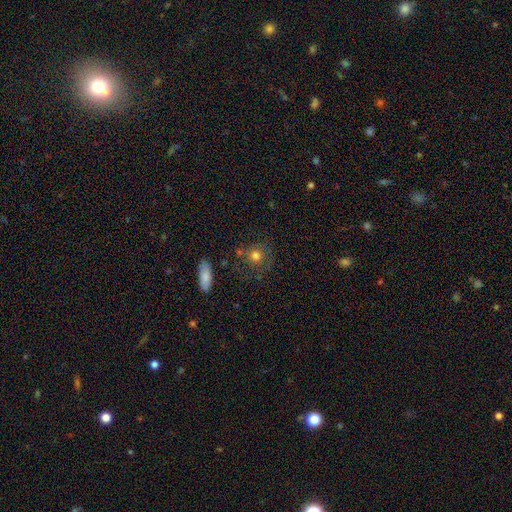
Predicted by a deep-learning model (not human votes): A smooth galaxy with no disk features (66%) that is round (84%). Merging: none (67%).